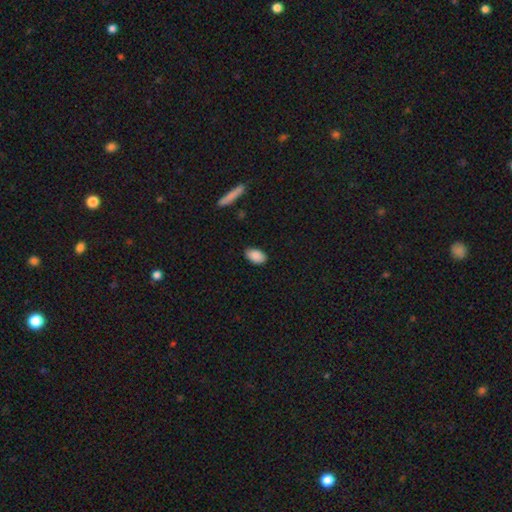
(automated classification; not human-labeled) smooth 89%, star or artifact 7%, featured or disk 4%. Down the decision tree: how rounded — in between (93%); merging — none (85%).